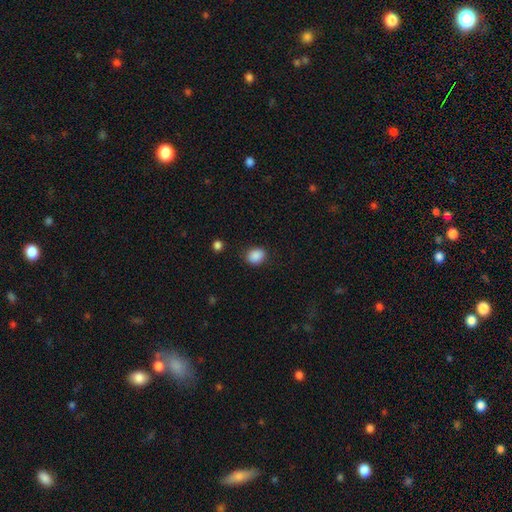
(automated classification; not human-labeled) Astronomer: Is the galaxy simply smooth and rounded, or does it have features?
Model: smooth — 88%.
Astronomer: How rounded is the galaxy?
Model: round — 55% (runner-up: in between, 45%).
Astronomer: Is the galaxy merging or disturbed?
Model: none — 84%.